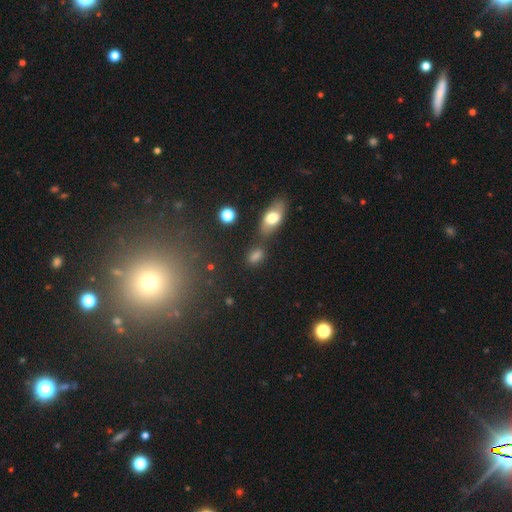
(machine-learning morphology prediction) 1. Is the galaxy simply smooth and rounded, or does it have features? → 63% smooth, 19% featured or disk, 18% star or artifact.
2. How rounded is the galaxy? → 63% in between, 27% round, 10% cigar-shaped.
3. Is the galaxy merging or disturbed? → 66% none, 17% merger, 12% minor disturbance, 5% major disturbance.